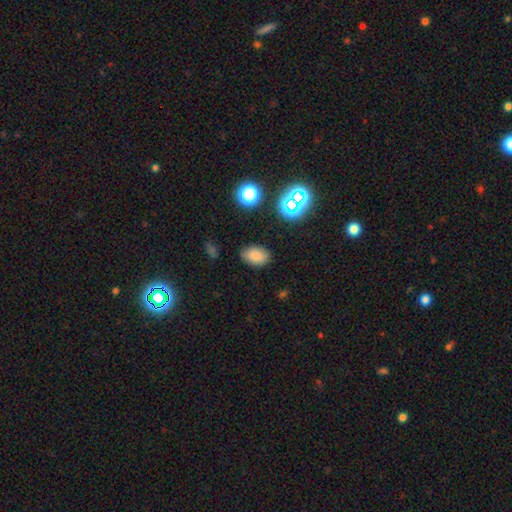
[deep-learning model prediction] This is likely a smooth galaxy (79%). How rounded: clearly in between (87%). Merging: clearly none (83%).